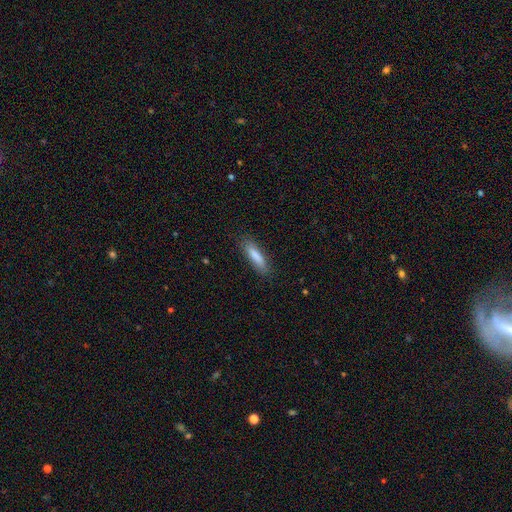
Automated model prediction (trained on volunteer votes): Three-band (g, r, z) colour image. It shows a smooth galaxy with no disk features (83%) that is cigar-shaped (70%). Merging: none (84%).